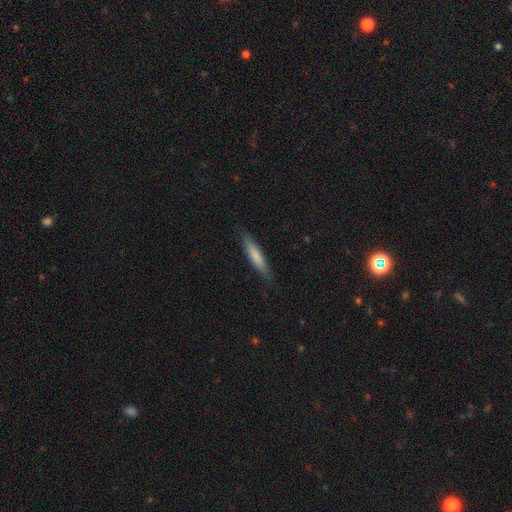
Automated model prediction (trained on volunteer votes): Smooth or featured? Predicted: smooth (p=0.74). How rounded? Predicted: cigar-shaped (p=0.88). Merging? Predicted: none (p=0.85).